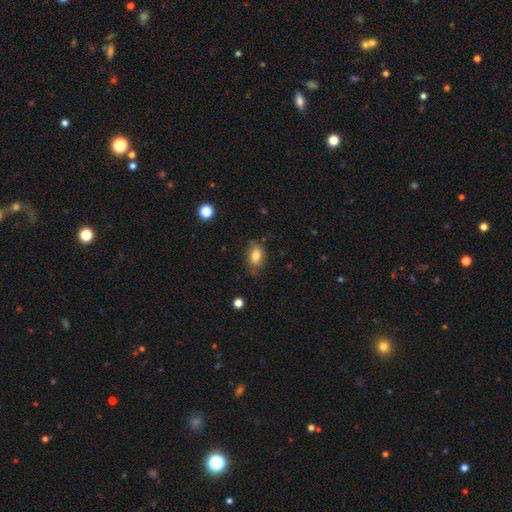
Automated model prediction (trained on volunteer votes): Smooth or featured: smooth — 78% (featured or disk — 13%)
How rounded: in between — 88% (round — 8%)
Merging: none — 70% (minor disturbance — 23%)